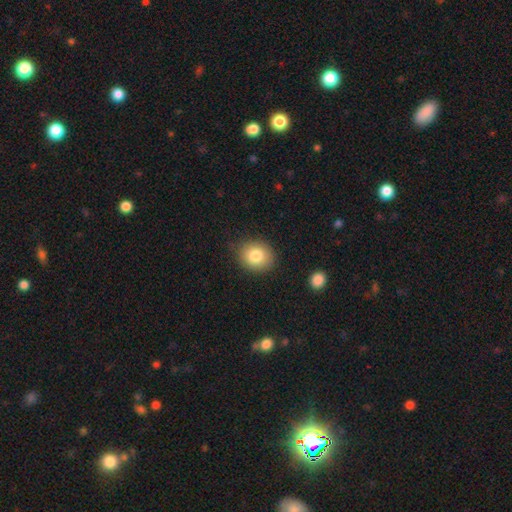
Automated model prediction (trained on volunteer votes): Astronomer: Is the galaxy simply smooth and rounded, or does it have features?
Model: smooth — 81%.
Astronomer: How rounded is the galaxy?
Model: round — 67%.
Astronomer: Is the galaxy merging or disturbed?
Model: none — 84%.